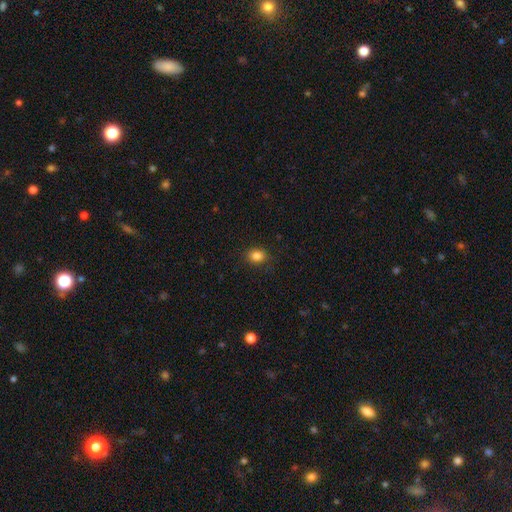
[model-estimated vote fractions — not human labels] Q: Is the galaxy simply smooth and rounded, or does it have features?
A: smooth — 84%.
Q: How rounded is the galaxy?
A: in between — 50%.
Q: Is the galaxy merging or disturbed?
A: none — 86%.